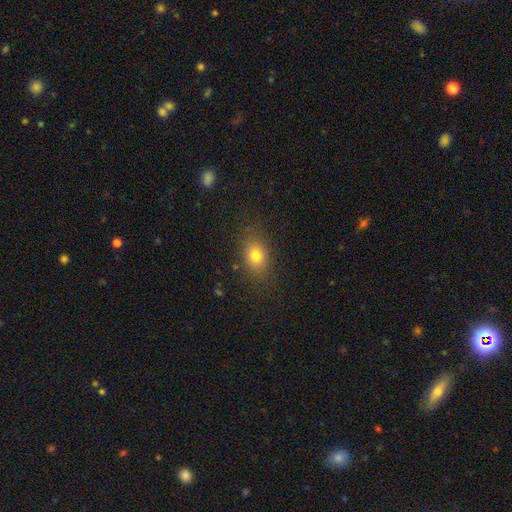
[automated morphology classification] A smooth galaxy with no disk features (78%) that is in between round and cigar-shaped (63%). Merging: none (83%).